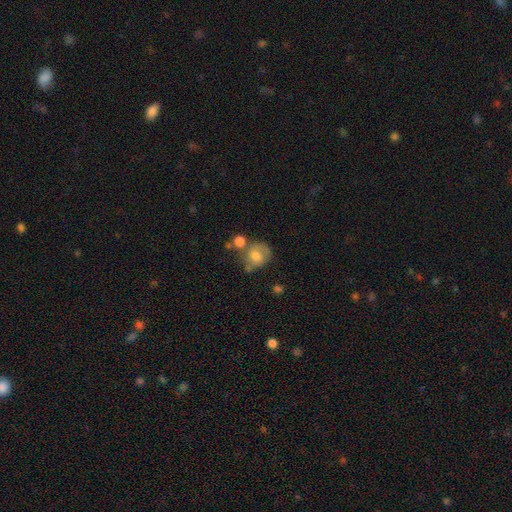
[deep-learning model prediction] Smooth or featured? Predicted: smooth (p=0.68). How rounded? Predicted: round (p=0.67). Merging? Predicted: none (p=0.39).